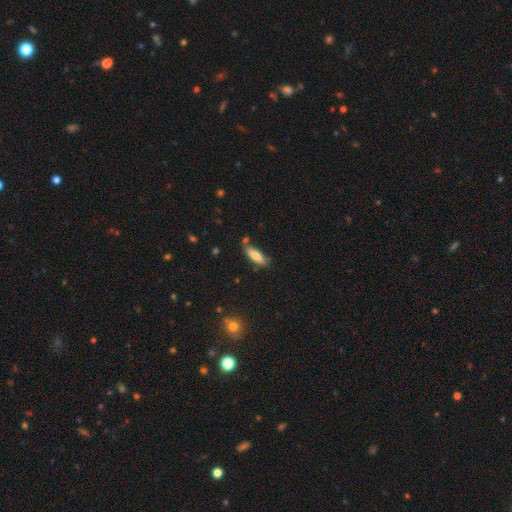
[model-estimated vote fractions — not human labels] Smooth or featured? Predicted: smooth (p=0.82). How rounded? Predicted: in between (p=0.56). Merging? Predicted: none (p=0.68).